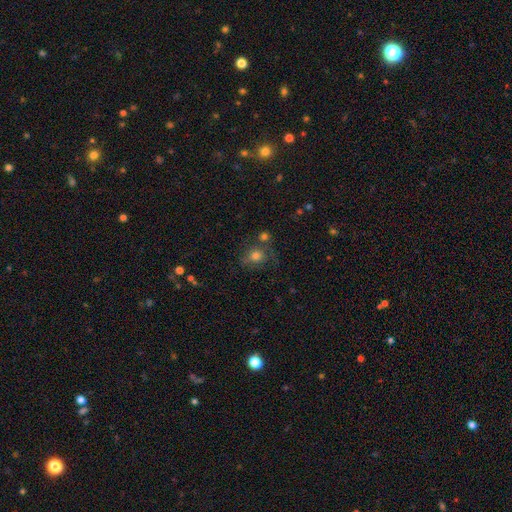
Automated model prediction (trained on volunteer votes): smooth 64%, featured or disk 19%, star or artifact 18%. Down the decision tree: how rounded — round (73%); merging — none (56%).